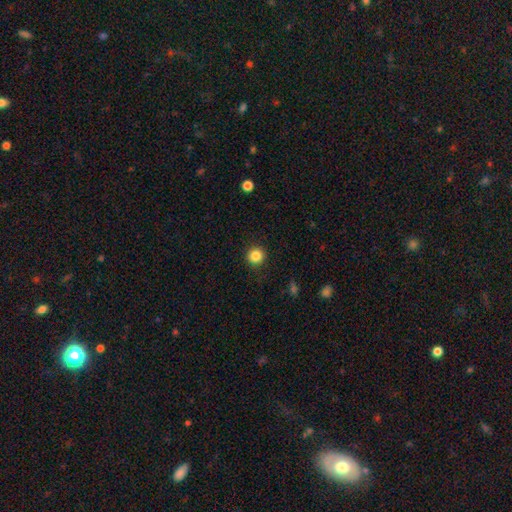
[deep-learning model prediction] Smooth or featured: smooth — 85% (star or artifact — 11%)
How rounded: round — 94% (in between — 5%)
Merging: none — 91% (minor disturbance — 6%)